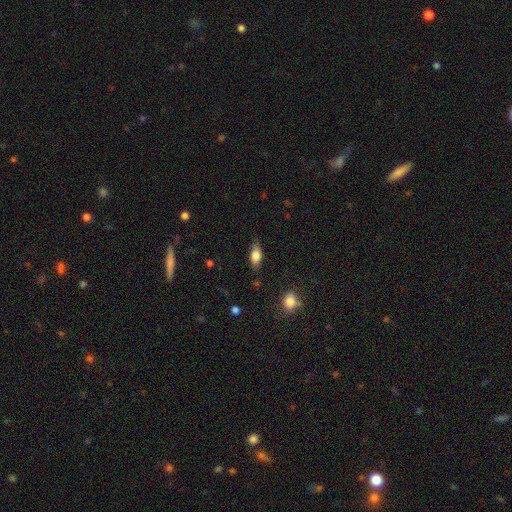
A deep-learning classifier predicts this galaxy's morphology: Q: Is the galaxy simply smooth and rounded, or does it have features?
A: smooth — 69%.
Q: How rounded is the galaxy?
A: in between — 77%.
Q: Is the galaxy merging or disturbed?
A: none — 77%.